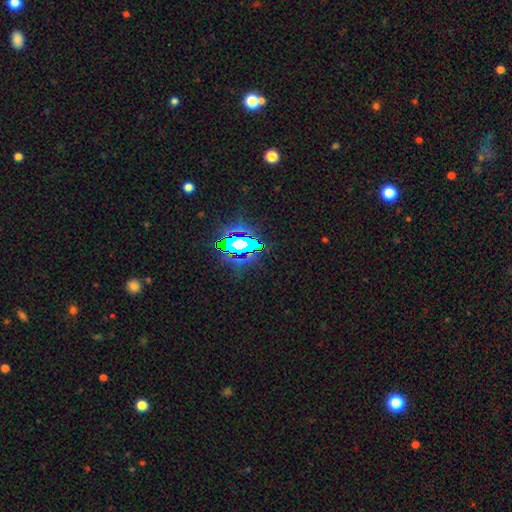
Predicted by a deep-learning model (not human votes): Smooth or featured?
  - star or artifact: 73% *
  - smooth: 18%
  - featured or disk: 10%